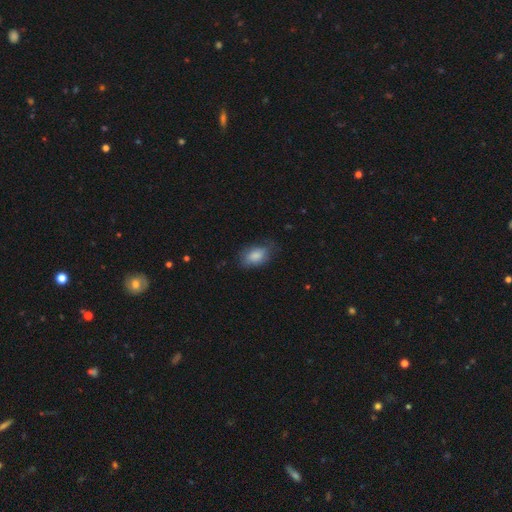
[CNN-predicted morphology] Smooth or featured? Predicted: smooth (p=0.83). How rounded? Predicted: in between (p=0.90). Merging? Predicted: none (p=0.66).